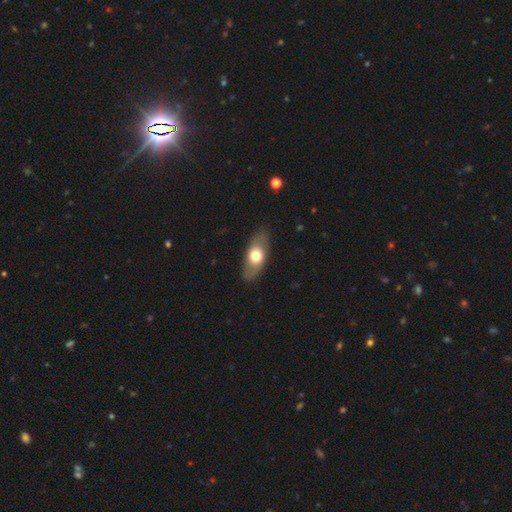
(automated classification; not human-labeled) Morphology: type=smooth (60%); roundness=in between (83%); merging=none (84%).